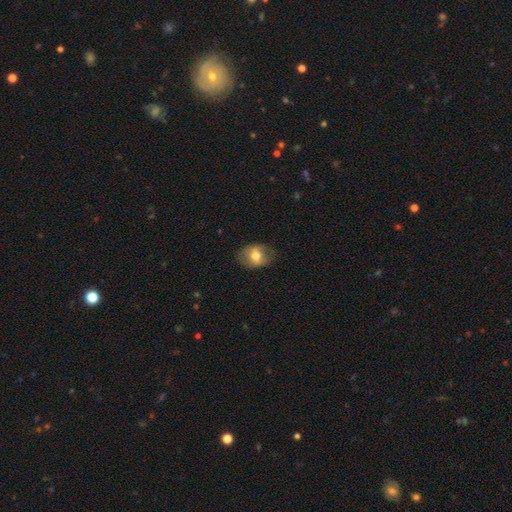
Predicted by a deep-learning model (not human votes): Smooth or featured?
  - smooth: 64% *
  - featured or disk: 28%
  - star or artifact: 8%
How rounded?
  - in between: 69% *
  - round: 30%
  - cigar-shaped: 1%
Merging?
  - none: 74% *
  - minor disturbance: 19%
  - major disturbance: 6%
  - merger: 1%